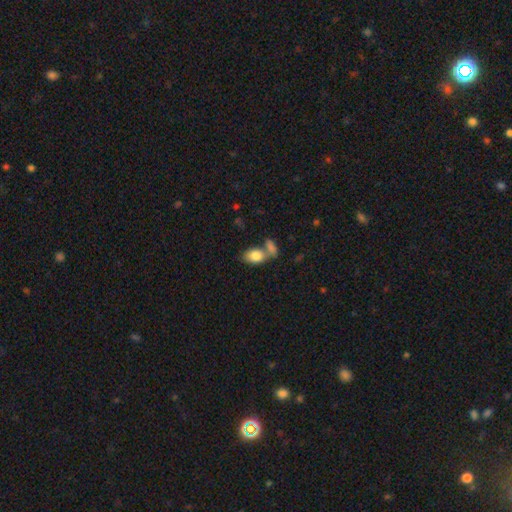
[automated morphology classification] This is clearly a smooth galaxy (83%). How rounded: clearly in between (86%). Merging: possibly merger (45%).